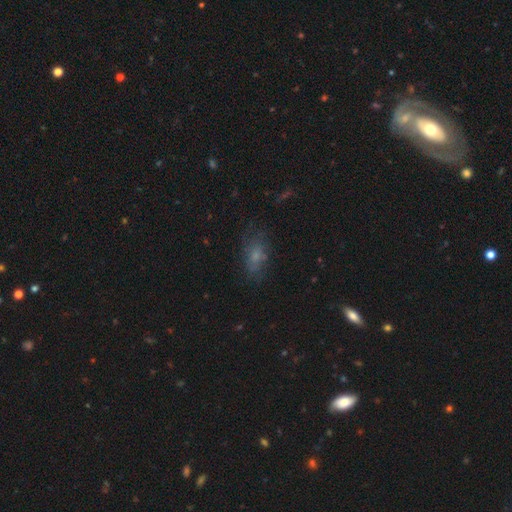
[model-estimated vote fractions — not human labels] A smooth galaxy with no disk features (61%) that is in between round and cigar-shaped (82%). Merging: none (65%).